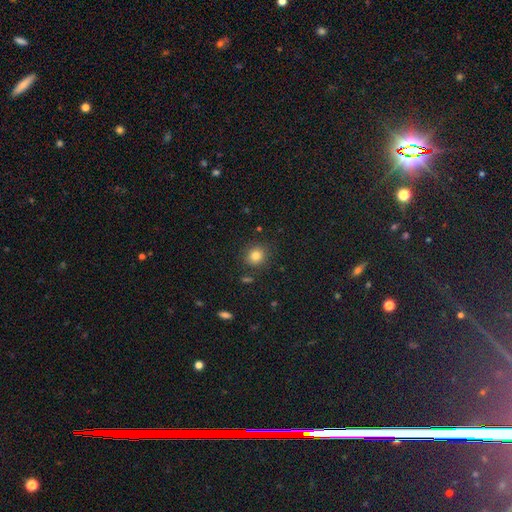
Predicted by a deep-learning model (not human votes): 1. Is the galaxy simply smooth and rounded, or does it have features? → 81% smooth, 13% star or artifact, 6% featured or disk.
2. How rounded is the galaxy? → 83% round, 16% in between, 1% cigar-shaped.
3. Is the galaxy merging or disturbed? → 86% none, 9% minor disturbance, 3% major disturbance, 3% merger.